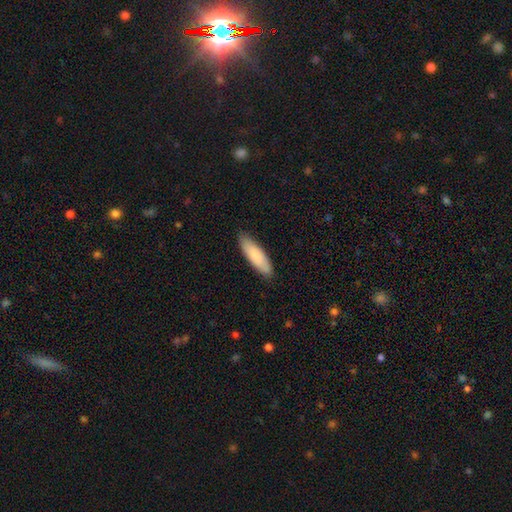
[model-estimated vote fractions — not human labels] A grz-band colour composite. It shows a smooth galaxy with no disk features (85%) that is cigar-shaped (52%). Merging: none (86%).